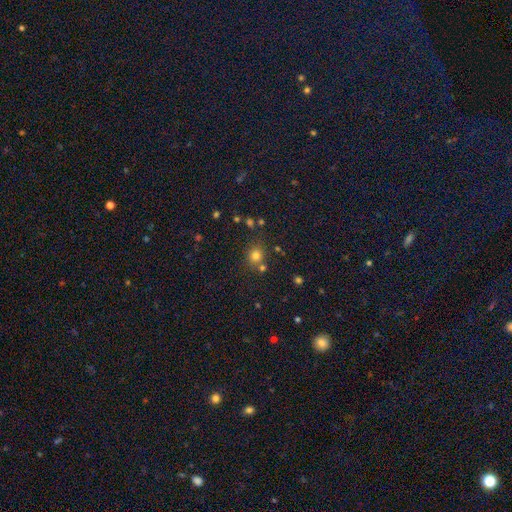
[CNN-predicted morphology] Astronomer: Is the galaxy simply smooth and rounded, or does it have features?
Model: smooth — 73%.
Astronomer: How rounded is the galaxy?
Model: round — 84%.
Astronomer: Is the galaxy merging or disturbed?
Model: none — 72%.